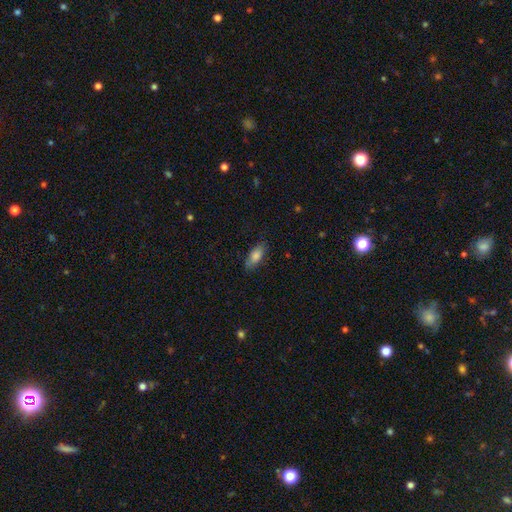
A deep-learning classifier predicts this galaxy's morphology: Overall: smooth (81%). How rounded: in between (80%). Merging: none (79%).